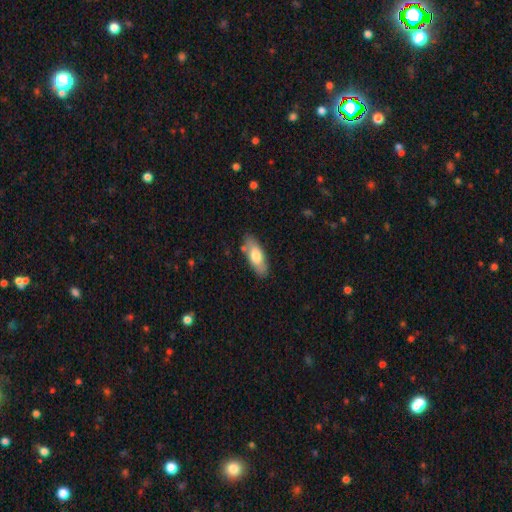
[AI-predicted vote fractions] smooth 70%, featured or disk 24%, star or artifact 5%. Down the decision tree: how rounded — in between (78%); merging — none (80%).